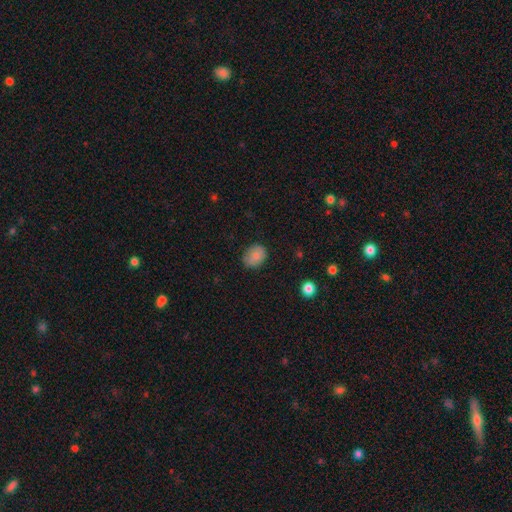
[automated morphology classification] A smooth galaxy with no disk features (83%) that is in between round and cigar-shaped (58%).

Vote fractions:
- Smooth or featured? smooth: 83% / featured or disk: 9% / star or artifact: 9%
- How rounded? in between: 58% / round: 41% / cigar-shaped: 1%
- Merging? none: 75% / minor disturbance: 19% / major disturbance: 4% / merger: 1%